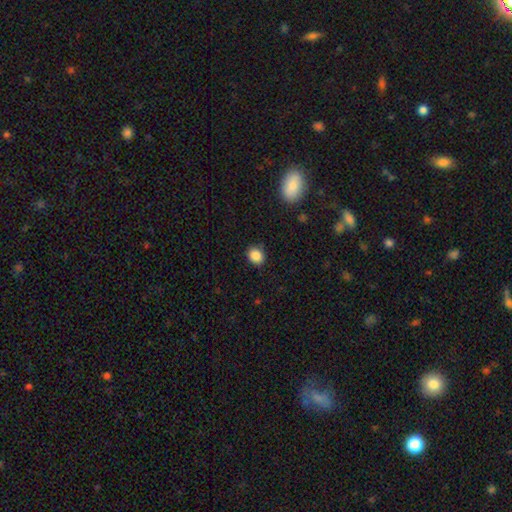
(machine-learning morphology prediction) smooth 87%, star or artifact 9%, featured or disk 3%. Down the decision tree: how rounded — round (59%); merging — none (84%).